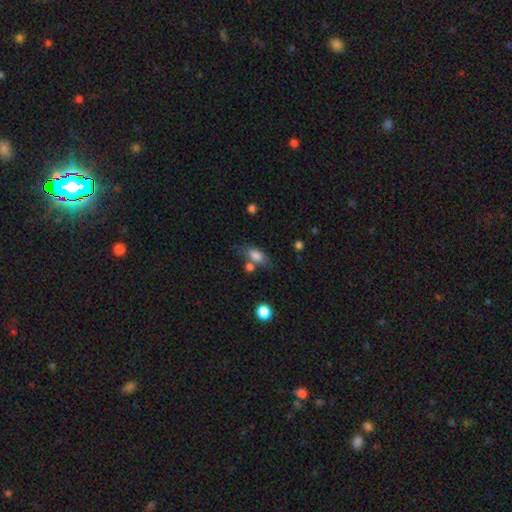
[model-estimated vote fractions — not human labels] Smooth or featured?
  - smooth: 77% *
  - featured or disk: 14%
  - star or artifact: 9%
How rounded?
  - in between: 83% *
  - cigar-shaped: 11%
  - round: 6%
Merging?
  - none: 56% *
  - minor disturbance: 19%
  - merger: 17%
  - major disturbance: 8%